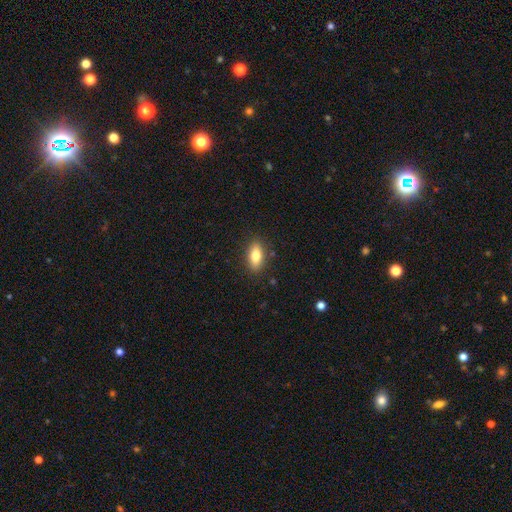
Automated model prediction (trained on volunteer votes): Smooth or featured: smooth — 81% (featured or disk — 12%)
How rounded: in between — 85% (cigar-shaped — 11%)
Merging: none — 87% (minor disturbance — 9%)